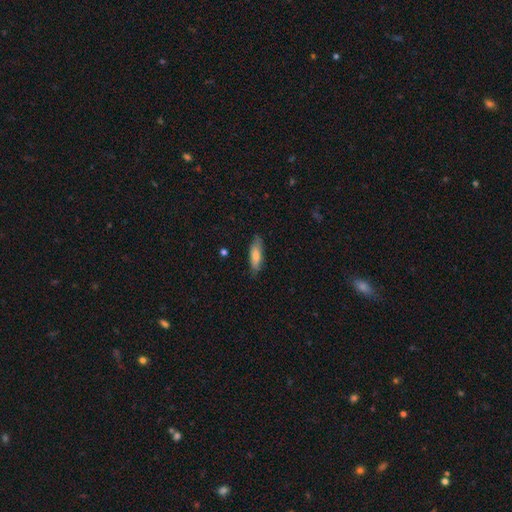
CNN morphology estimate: A smooth galaxy with no disk features (74%) that is in between round and cigar-shaped (50%).

Vote fractions:
- Smooth or featured? smooth: 74% / featured or disk: 20% / star or artifact: 6%
- How rounded? in between: 50% / cigar-shaped: 48% / round: 2%
- Merging? none: 81% / minor disturbance: 15% / major disturbance: 3% / merger: 1%